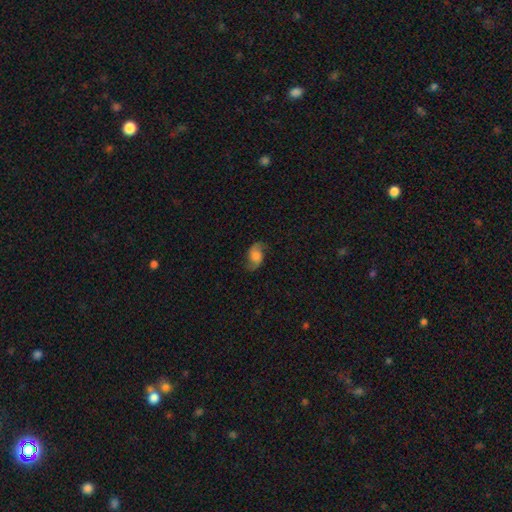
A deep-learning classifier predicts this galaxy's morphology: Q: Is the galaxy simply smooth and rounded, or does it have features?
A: featured or disk — 66%.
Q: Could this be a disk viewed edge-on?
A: no — 96%.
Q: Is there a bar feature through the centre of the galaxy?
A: no — 63%.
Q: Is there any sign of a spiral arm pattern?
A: yes — 94%.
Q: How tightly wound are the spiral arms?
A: loose — 59%.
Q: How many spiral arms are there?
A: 2 — 92%.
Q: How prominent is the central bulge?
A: large — 30%.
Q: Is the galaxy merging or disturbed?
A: none — 77%.